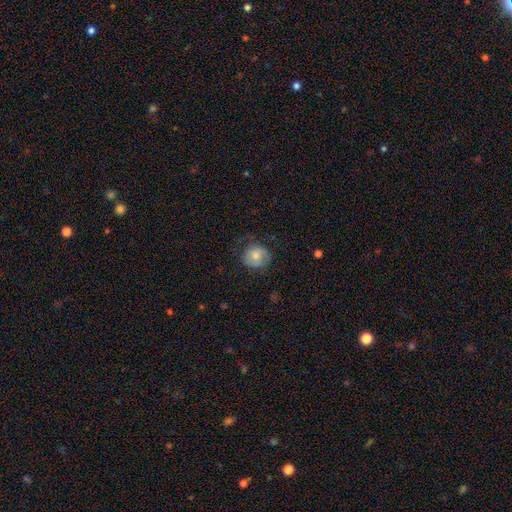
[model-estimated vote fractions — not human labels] This is likely a smooth galaxy (76%). How rounded: clearly round (83%). Merging: likely none (65%).